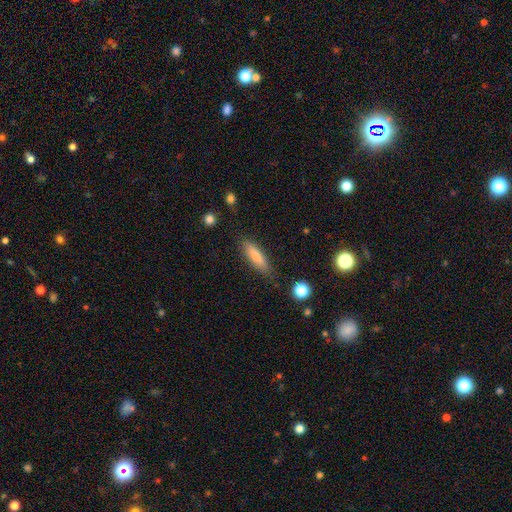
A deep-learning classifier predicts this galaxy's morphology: type=smooth (70%); roundness=cigar-shaped (72%); merging=none (85%).